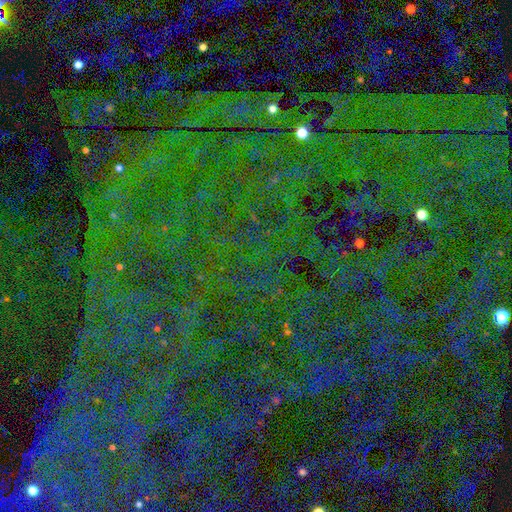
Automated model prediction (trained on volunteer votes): This appears to be a star or artifact, not a galaxy (78%).